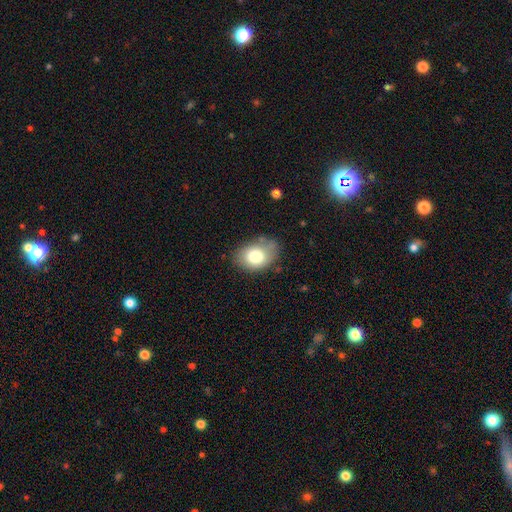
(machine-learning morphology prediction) A smooth galaxy with no disk features (77%) that is in between round and cigar-shaped (74%).

Vote fractions:
- Smooth or featured? smooth: 77% / featured or disk: 14% / star or artifact: 8%
- How rounded? in between: 74% / round: 25% / cigar-shaped: 1%
- Merging? none: 68% / minor disturbance: 23% / major disturbance: 6% / merger: 3%